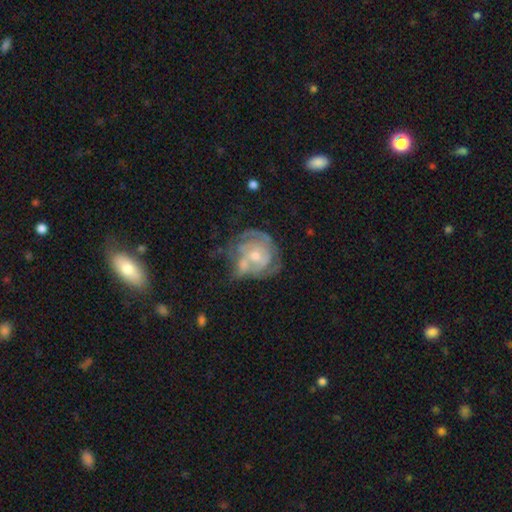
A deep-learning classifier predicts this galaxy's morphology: featured or disk 78%, smooth 16%, star or artifact 6%. Down the decision tree: edge-on disk — no (97%); bar — no (74%); spiral arms — yes (80%); spiral arm count — can't tell (47%); spiral winding — tight (67%); bulge size — moderate (52%); merging — none (38%).